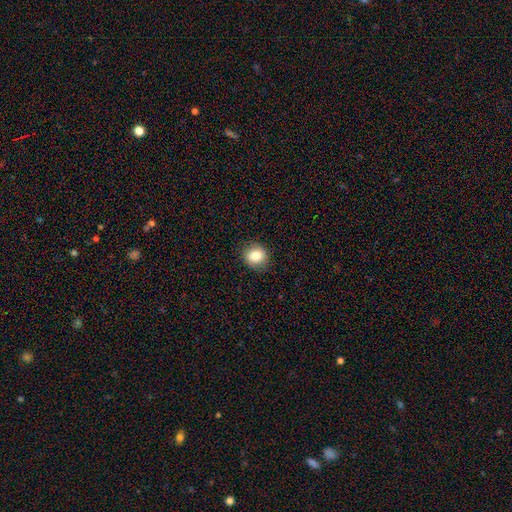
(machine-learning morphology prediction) Q: Smooth or featured?
A: smooth (82%); runner-up: star or artifact (10%)
Q: How rounded?
A: round (80%); runner-up: in between (19%)
Q: Merging?
A: none (89%); runner-up: minor disturbance (8%)